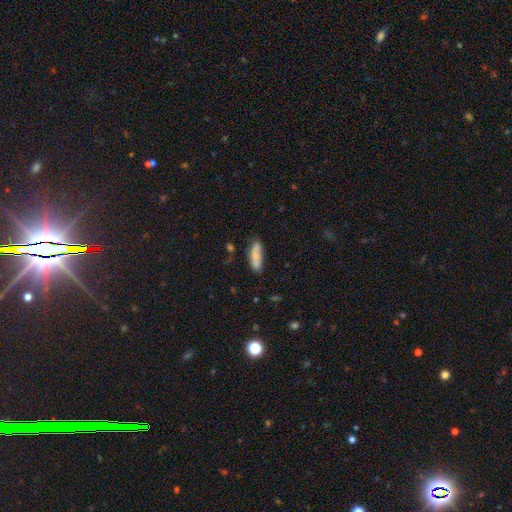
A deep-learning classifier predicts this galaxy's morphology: smooth 73%, featured or disk 20%, star or artifact 8%. Down the decision tree: how rounded — in between (60%); merging — none (57%).